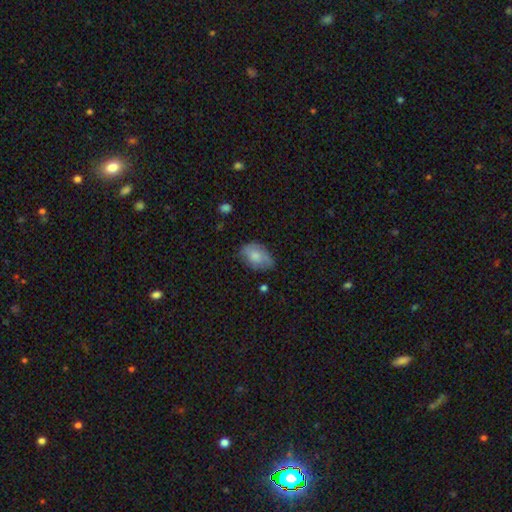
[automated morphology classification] A smooth galaxy with no disk features (74%) that is in between round and cigar-shaped (85%). Merging: none (54%).